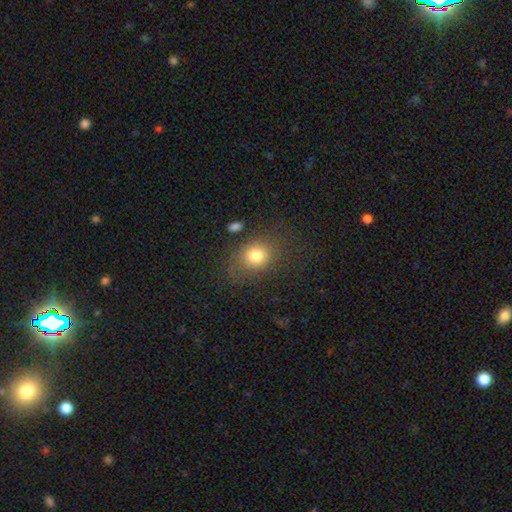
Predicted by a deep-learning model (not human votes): The model was most divided on "how rounded": round: 60%, in between: 39%, cigar-shaped: 1%. More confident: smooth or featured — smooth (79%); merging — none (73%).